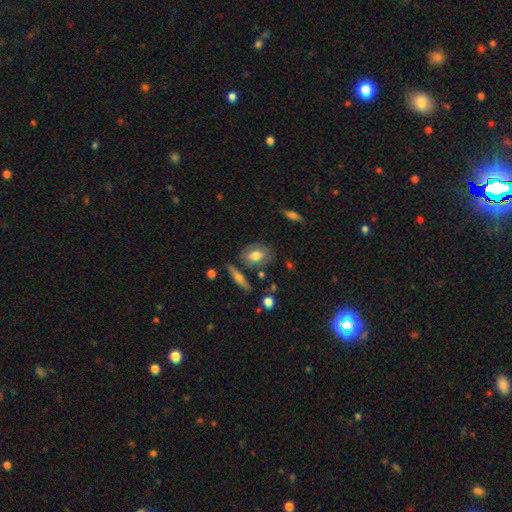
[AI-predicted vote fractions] smooth-or-featured: smooth: 65% | featured or disk: 28% | star or artifact: 7%
  how-rounded: in between: 75% | round: 21% | cigar-shaped: 4%
  merging: none: 71% | minor disturbance: 17% | merger: 8% | major disturbance: 5%